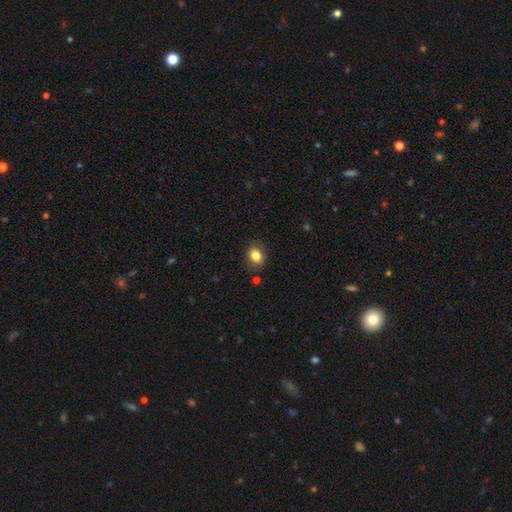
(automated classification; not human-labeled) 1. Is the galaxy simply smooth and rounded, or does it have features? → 83% smooth, 10% star or artifact, 6% featured or disk.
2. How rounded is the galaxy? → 54% round, 45% in between, 1% cigar-shaped.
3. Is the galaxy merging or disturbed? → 85% none, 10% minor disturbance, 3% major disturbance, 2% merger.